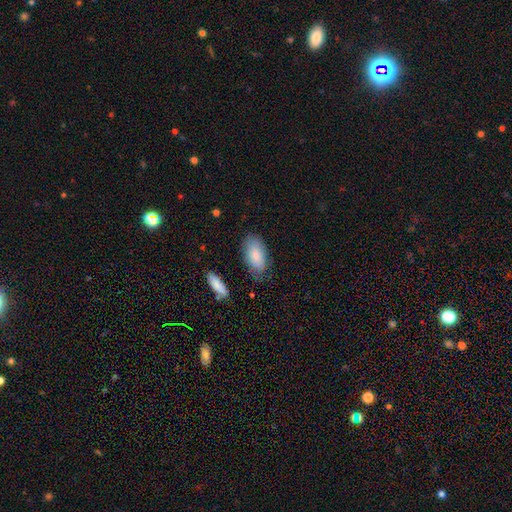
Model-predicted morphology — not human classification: smooth 84%, featured or disk 10%, star or artifact 6%. Down the decision tree: how rounded — in between (93%); merging — none (72%).